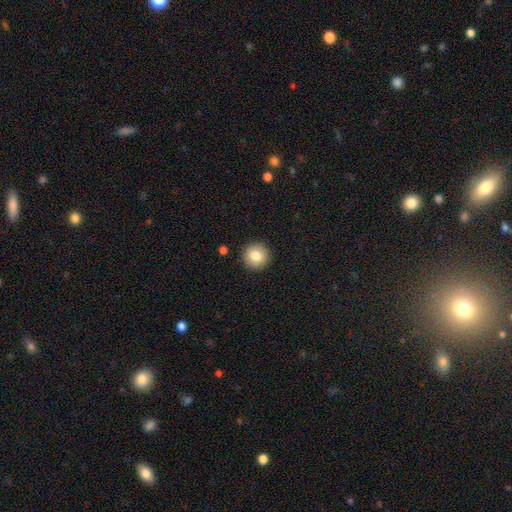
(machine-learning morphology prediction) Smooth or featured? smooth (82%)
How rounded? round (95%)
Merging? none (92%)